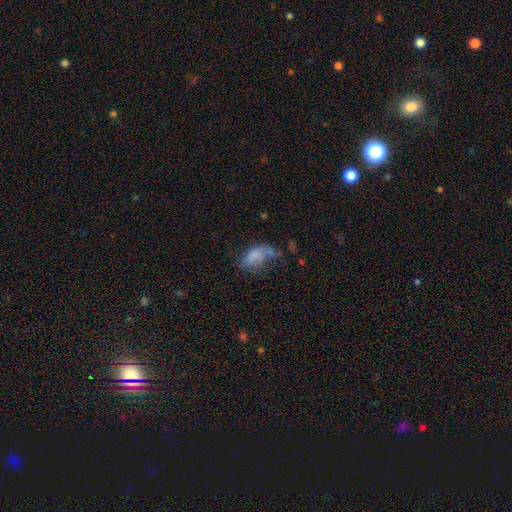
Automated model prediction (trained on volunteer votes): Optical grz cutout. It shows a smooth galaxy with no disk features (61%) that is in between round and cigar-shaped (91%). Merging: major disturbance (39%).